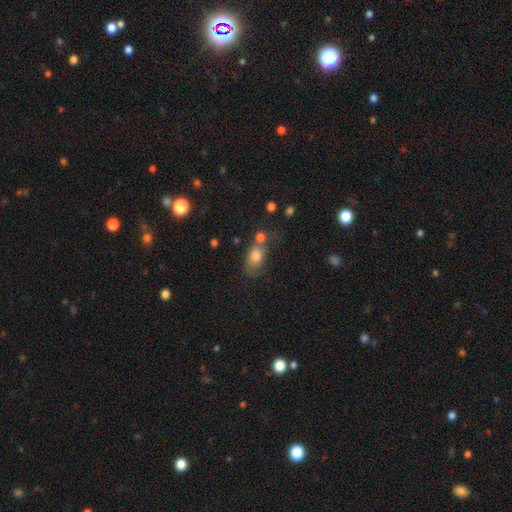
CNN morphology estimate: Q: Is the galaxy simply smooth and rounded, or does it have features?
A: smooth — 77%.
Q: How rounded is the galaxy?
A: in between — 78%.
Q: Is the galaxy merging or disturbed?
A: none — 39%.